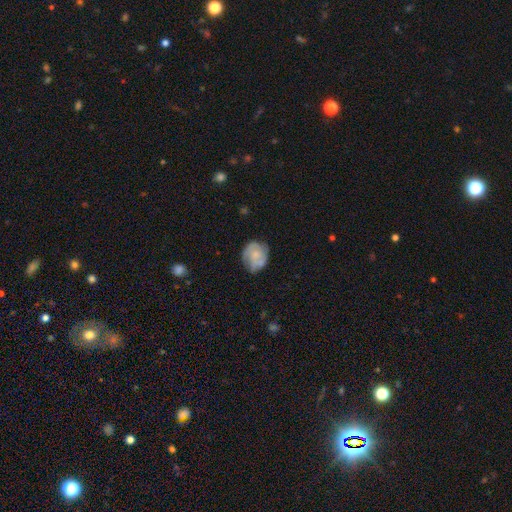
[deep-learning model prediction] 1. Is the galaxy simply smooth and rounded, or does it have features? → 47% smooth, 46% featured or disk, 7% star or artifact.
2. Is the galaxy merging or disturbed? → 57% none, 29% minor disturbance, 11% major disturbance, 3% merger.